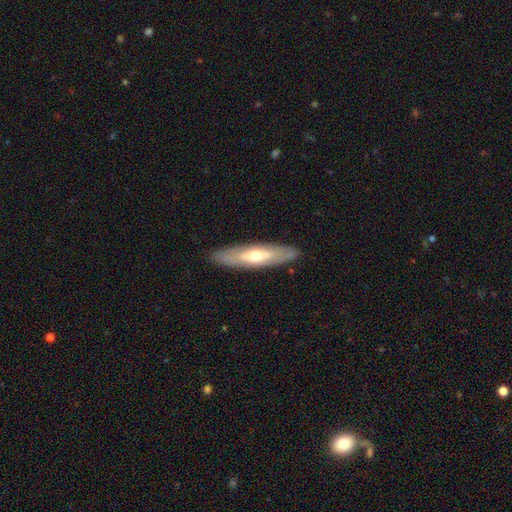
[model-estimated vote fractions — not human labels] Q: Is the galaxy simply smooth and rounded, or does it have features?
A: featured or disk — 50%.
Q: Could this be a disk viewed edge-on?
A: yes — 54%.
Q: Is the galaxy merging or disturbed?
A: none — 88%.